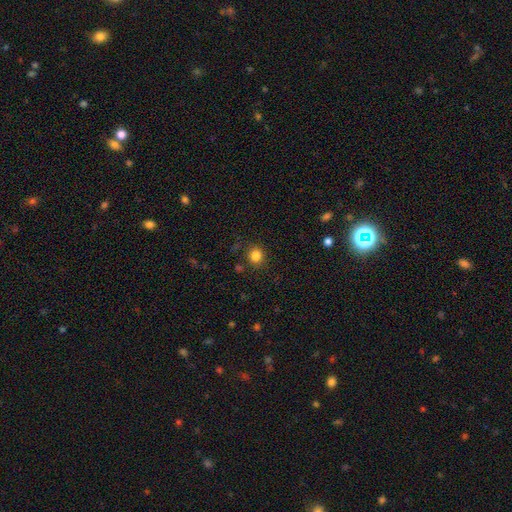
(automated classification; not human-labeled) Smooth or featured: smooth — 83% (star or artifact — 12%)
How rounded: round — 84% (in between — 15%)
Merging: none — 87% (minor disturbance — 8%)